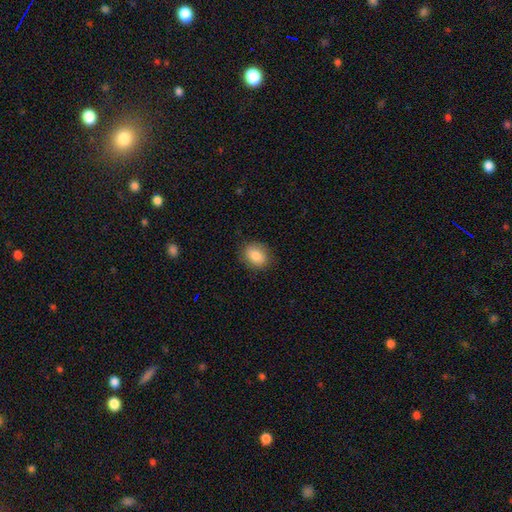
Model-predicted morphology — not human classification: The model was most divided on "how rounded": in between: 60%, round: 39%, cigar-shaped: 1%. More confident: smooth or featured — smooth (85%); merging — none (85%).